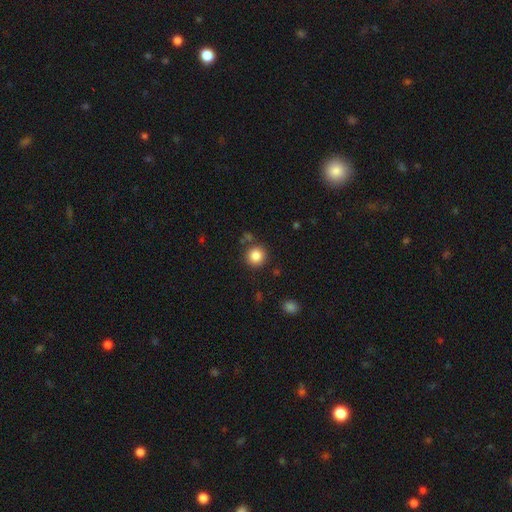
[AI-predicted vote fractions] Overall: smooth (85%). How rounded: round (93%). Merging: none (84%).